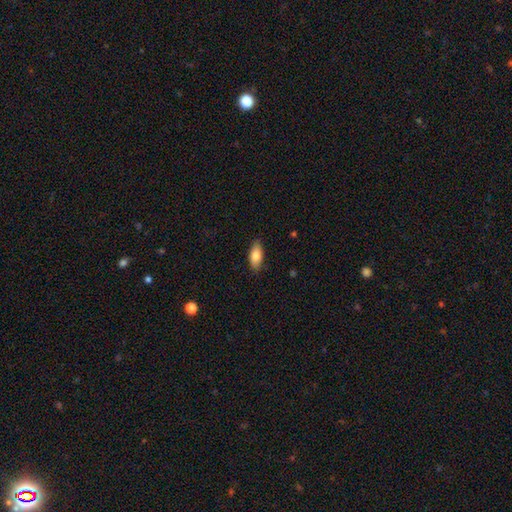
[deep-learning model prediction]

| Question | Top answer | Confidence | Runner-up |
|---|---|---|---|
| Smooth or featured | smooth | 83% | featured or disk (10%) |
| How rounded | in between | 87% | cigar-shaped (10%) |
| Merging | none | 84% | minor disturbance (12%) |